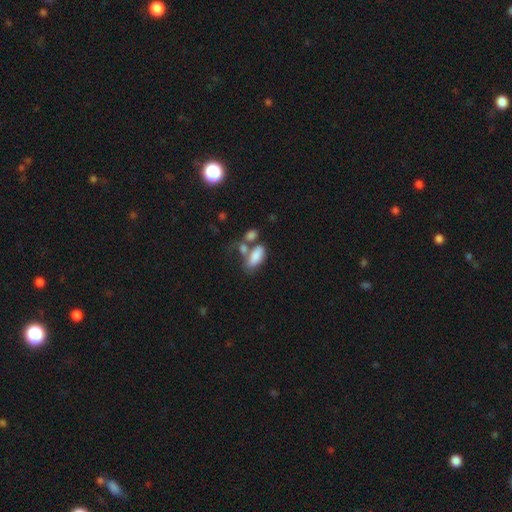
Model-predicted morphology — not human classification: Q: Smooth or featured?
A: smooth (80%); runner-up: featured or disk (12%)
Q: How rounded?
A: in between (88%); runner-up: cigar-shaped (8%)
Q: Merging?
A: merger (40%); runner-up: none (34%)